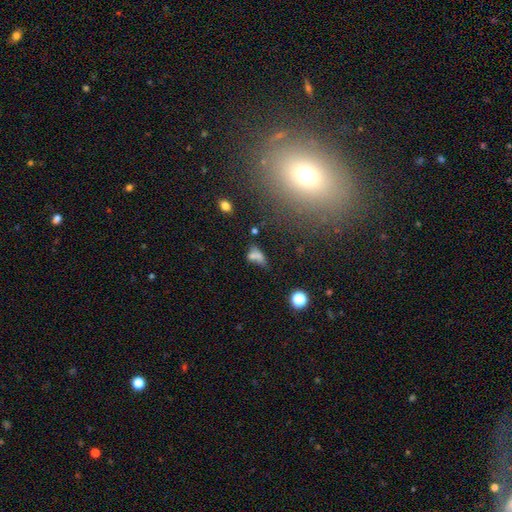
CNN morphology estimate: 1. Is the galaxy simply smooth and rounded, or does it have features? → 64% smooth, 20% featured or disk, 16% star or artifact.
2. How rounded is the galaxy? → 76% in between, 14% round, 10% cigar-shaped.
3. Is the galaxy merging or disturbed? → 41% merger, 27% none, 17% minor disturbance, 16% major disturbance.